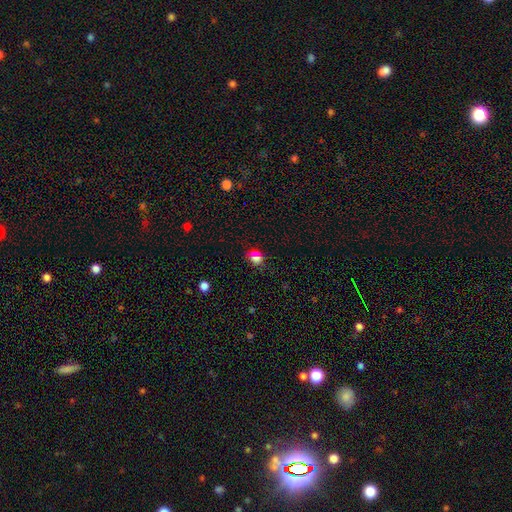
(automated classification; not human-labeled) smooth-or-featured: smooth: 66% | star or artifact: 27% | featured or disk: 8%
  how-rounded: round: 64% | in between: 34% | cigar-shaped: 2%
  merging: none: 82% | minor disturbance: 11% | major disturbance: 4% | merger: 3%